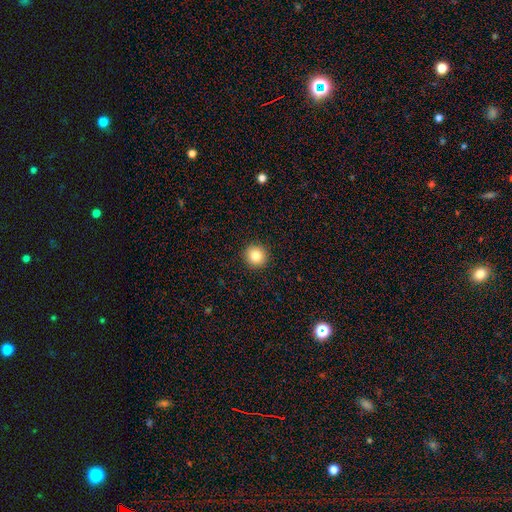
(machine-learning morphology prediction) Smooth or featured: smooth — 84% (star or artifact — 10%)
How rounded: round — 94% (in between — 5%)
Merging: none — 93% (minor disturbance — 5%)